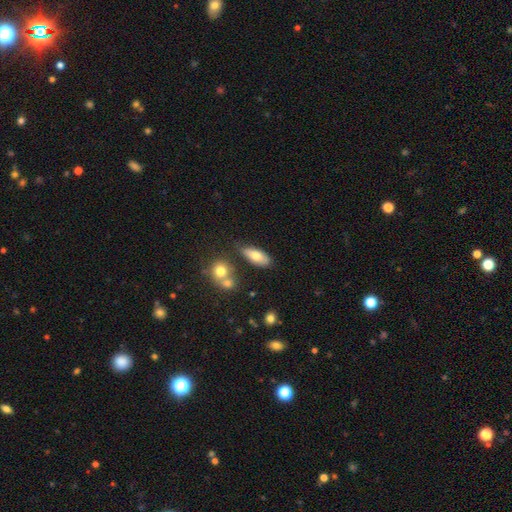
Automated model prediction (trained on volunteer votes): Smooth or featured: smooth — 72% (featured or disk — 21%)
How rounded: in between — 79% (cigar-shaped — 17%)
Merging: none — 70% (minor disturbance — 16%)